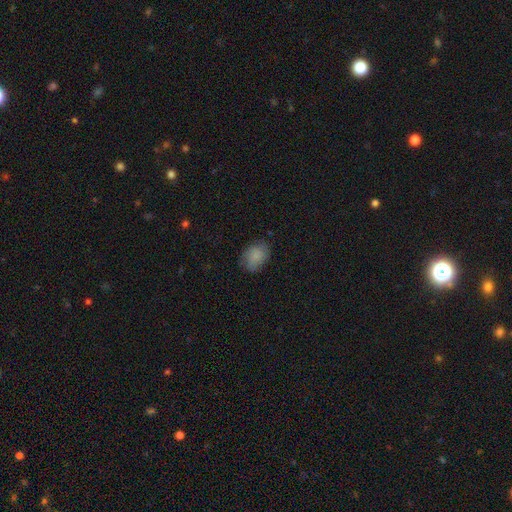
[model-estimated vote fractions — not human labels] This appears to be a smooth galaxy with no disk features (84%) that is in between round and cigar-shaped (72%). Merging: none (69%).